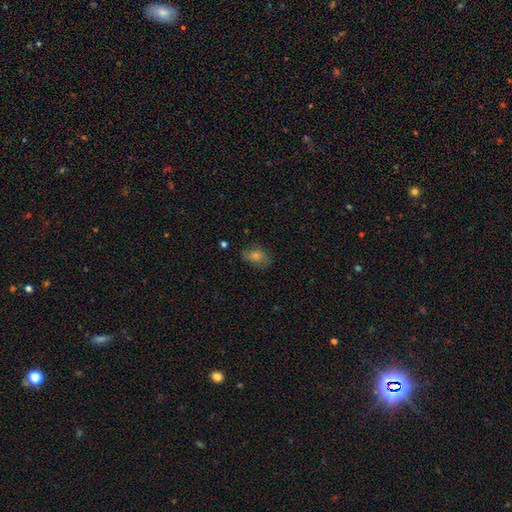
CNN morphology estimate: smooth 63%, star or artifact 19%, featured or disk 18%. Down the decision tree: how rounded — in between (72%); merging — none (70%).